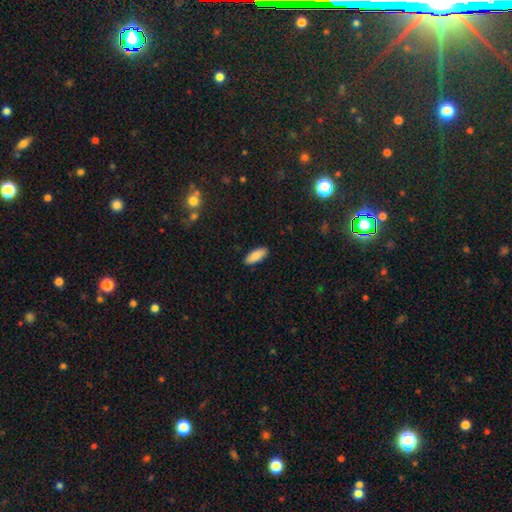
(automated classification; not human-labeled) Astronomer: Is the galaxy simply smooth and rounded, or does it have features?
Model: smooth — 87%.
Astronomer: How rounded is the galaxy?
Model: in between — 79%.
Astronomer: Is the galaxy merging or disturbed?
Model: none — 88%.